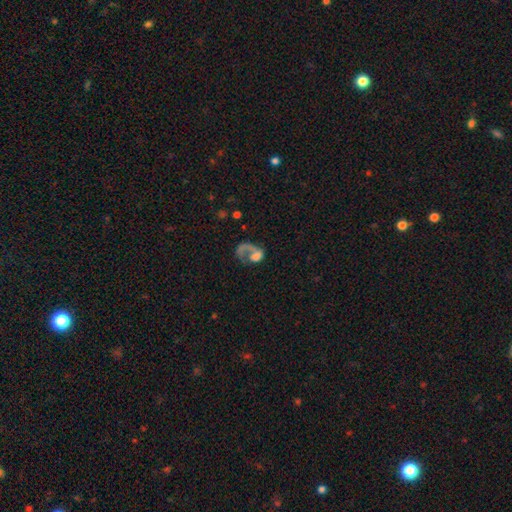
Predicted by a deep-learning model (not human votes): The model was most divided on "bulge size": none: 40%, moderate: 21%, large: 17%, small: 16%, dominant: 6%. Remaining: edge-on disk — no (98%); bar — no (82%); spiral arms — yes (61%); smooth or featured — featured or disk (56%); merging — major disturbance (50%).